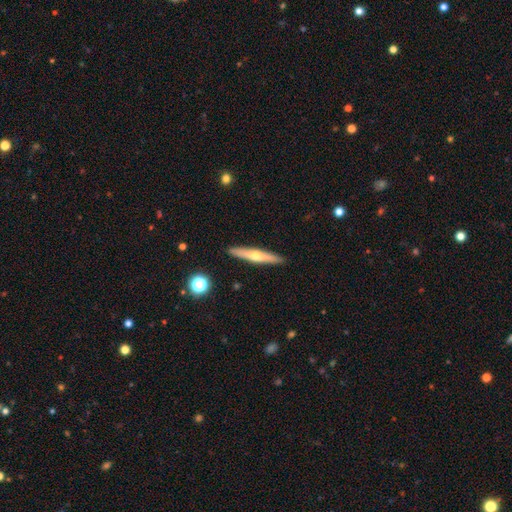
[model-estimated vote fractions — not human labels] The model was most divided on "smooth or featured": featured or disk: 54%, smooth: 39%, star or artifact: 6%. More confident: edge-on disk — yes (93%); merging — none (91%); edge-on bulge — rounded (87%).